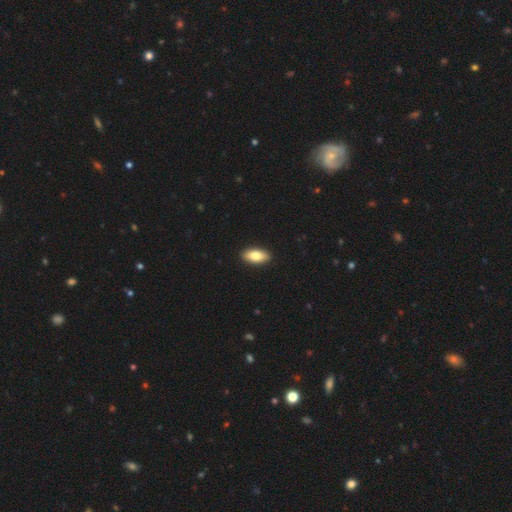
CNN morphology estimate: Smooth or featured: smooth — 81% (featured or disk — 13%)
How rounded: in between — 90% (cigar-shaped — 7%)
Merging: none — 92% (minor disturbance — 6%)